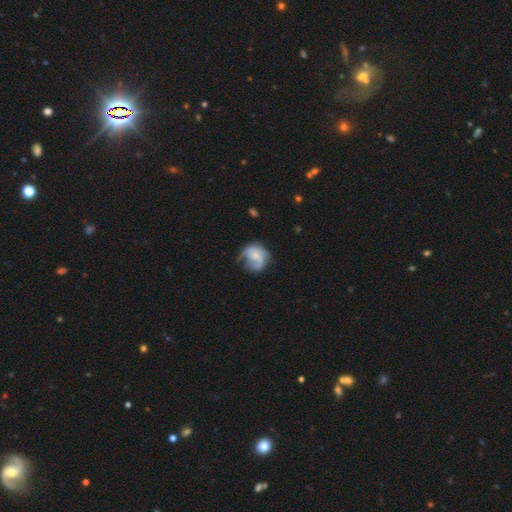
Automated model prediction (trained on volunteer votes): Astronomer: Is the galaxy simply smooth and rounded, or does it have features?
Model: smooth — 47% (runner-up: featured or disk, 46%).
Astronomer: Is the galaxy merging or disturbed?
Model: none — 37% (runner-up: major disturbance, 30%).